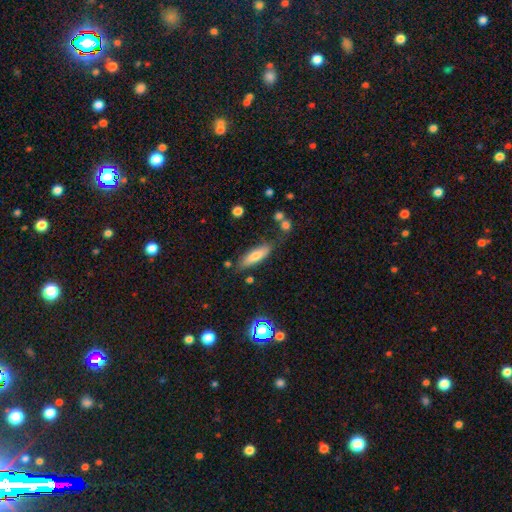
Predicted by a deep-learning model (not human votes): Smooth or featured? smooth (71%)
How rounded? cigar-shaped (55%)
Merging? none (76%)